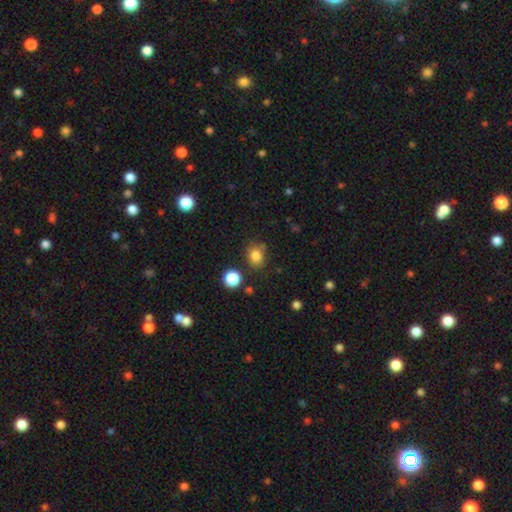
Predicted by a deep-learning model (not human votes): This is clearly a smooth galaxy (82%). How rounded: likely round (65%). Merging: likely none (76%).